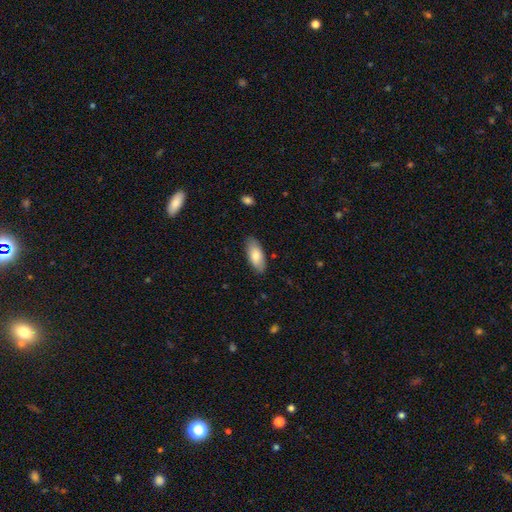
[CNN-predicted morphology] The model was most divided on "smooth or featured": smooth: 80%, featured or disk: 14%, star or artifact: 6%. More confident: how rounded — in between (87%); merging — none (85%).